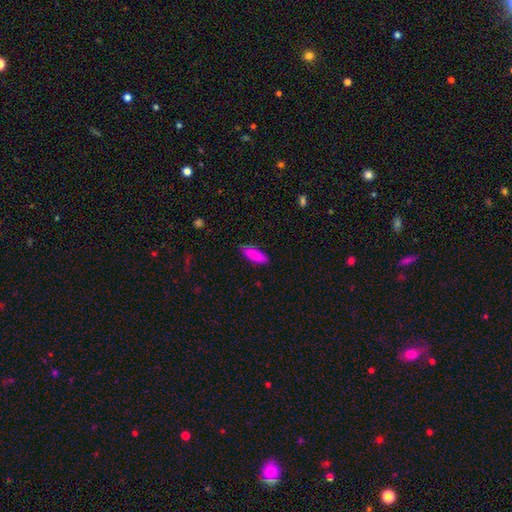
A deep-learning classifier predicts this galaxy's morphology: A smooth galaxy with no disk features (88%) that is in between round and cigar-shaped (68%).

Vote fractions:
- Smooth or featured? smooth: 88% / star or artifact: 7% / featured or disk: 5%
- How rounded? in between: 68% / cigar-shaped: 31% / round: 2%
- Merging? none: 80% / minor disturbance: 16% / major disturbance: 3% / merger: 1%